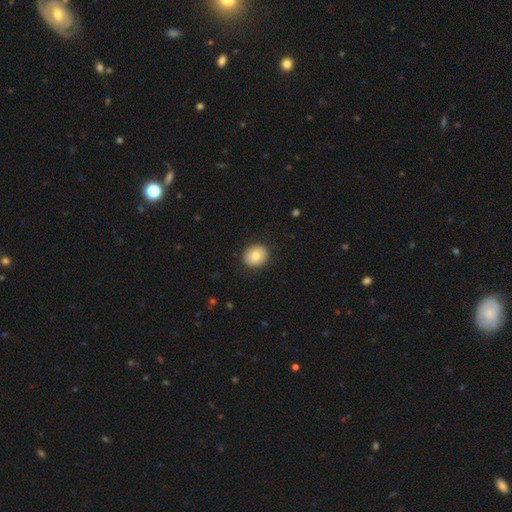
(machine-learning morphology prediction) This is clearly a smooth galaxy (80%). How rounded: likely round (67%). Merging: clearly none (88%).